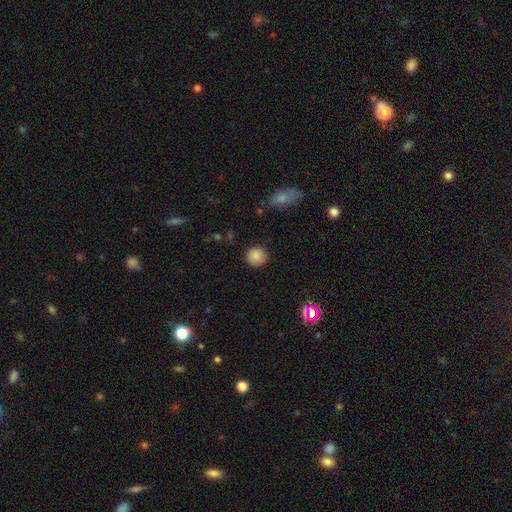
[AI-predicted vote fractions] This is clearly a smooth galaxy (86%). How rounded: clearly round (91%). Merging: clearly none (88%).